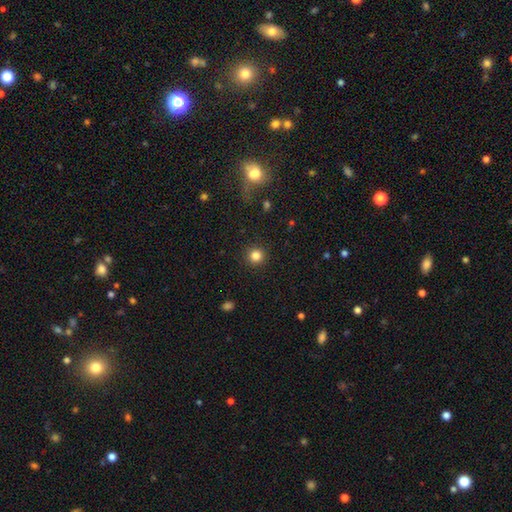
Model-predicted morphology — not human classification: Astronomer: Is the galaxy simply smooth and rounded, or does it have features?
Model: smooth — 83%.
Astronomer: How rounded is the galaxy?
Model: round — 94%.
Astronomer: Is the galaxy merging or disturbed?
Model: none — 92%.